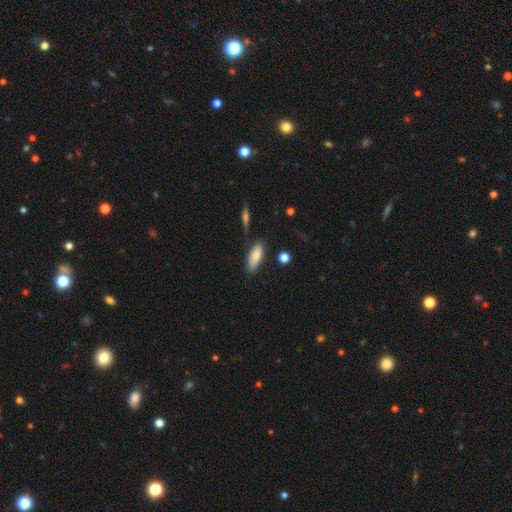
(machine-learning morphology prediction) Smooth or featured? smooth (77%)
How rounded? in between (73%)
Merging? none (78%)